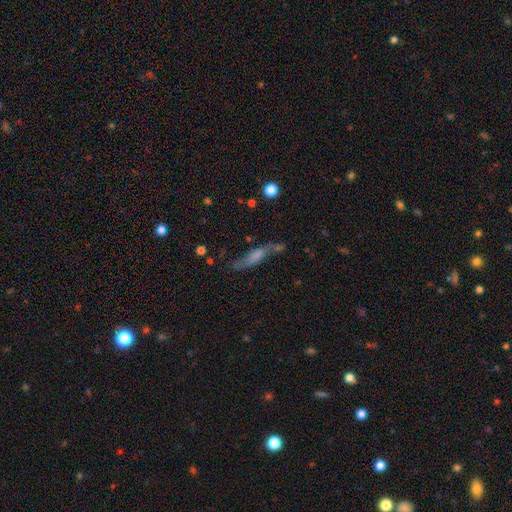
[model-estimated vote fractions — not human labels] Smooth or featured? smooth (48%)
Merging? none (51%)